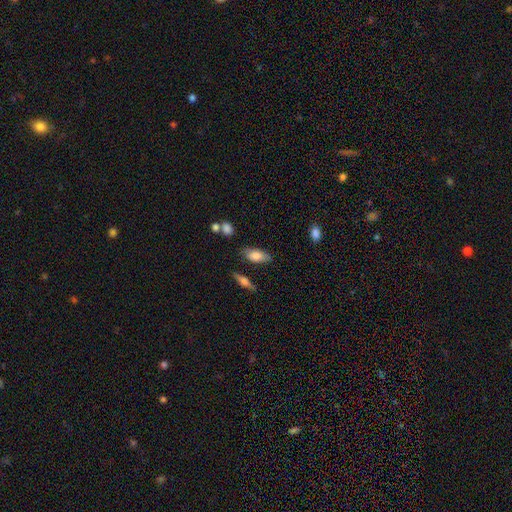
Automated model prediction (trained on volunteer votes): Overall: smooth (76%). How rounded: in between (84%). Merging: none (74%).